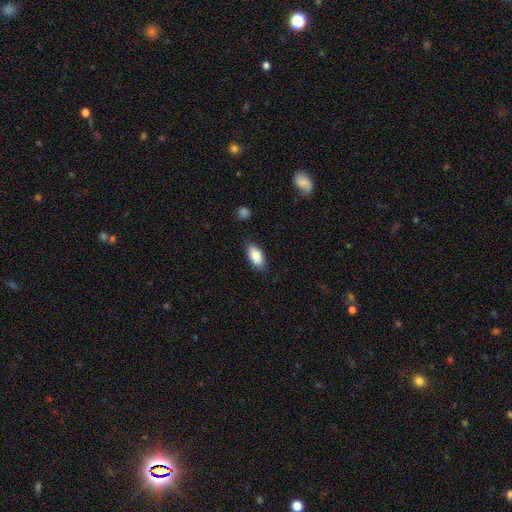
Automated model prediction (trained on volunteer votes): A smooth galaxy with no disk features (86%) that is in between round and cigar-shaped (90%). Merging: none (82%).